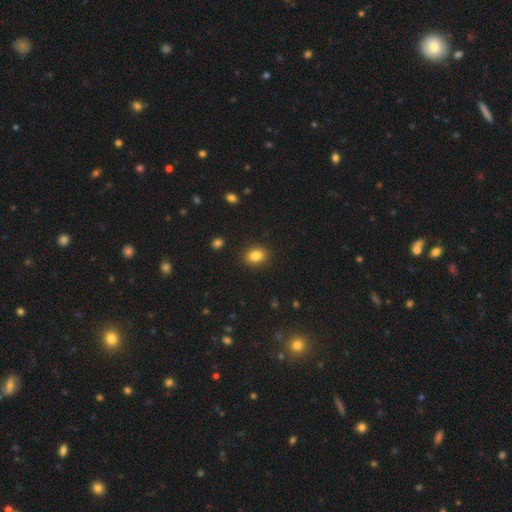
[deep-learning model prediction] A smooth galaxy with no disk features (84%) that is in between round and cigar-shaped (67%). Merging: none (89%).